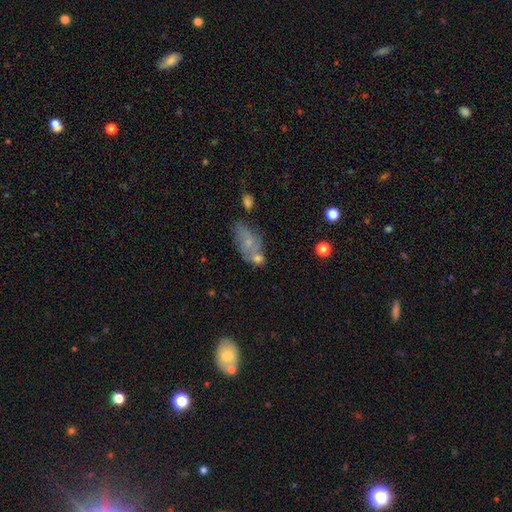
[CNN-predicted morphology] Smooth or featured? Predicted: smooth (p=0.55). How rounded? Predicted: in between (p=0.82). Merging? Predicted: merger (p=0.40).